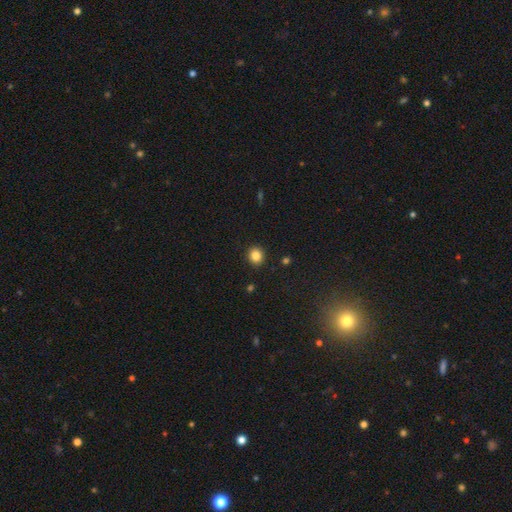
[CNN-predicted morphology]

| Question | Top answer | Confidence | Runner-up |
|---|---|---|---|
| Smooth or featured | smooth | 85% | star or artifact (11%) |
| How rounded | round | 84% | in between (15%) |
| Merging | none | 91% | minor disturbance (6%) |